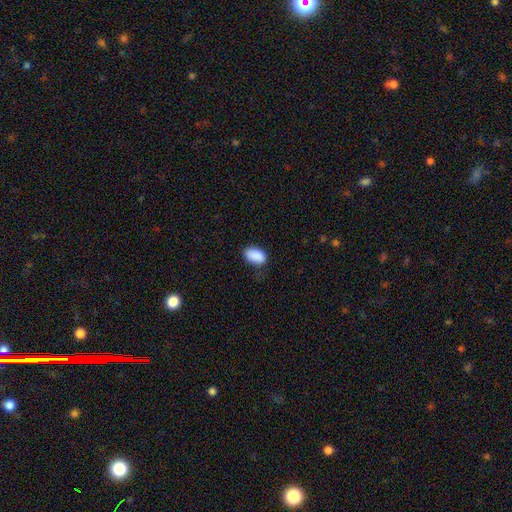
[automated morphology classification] Smooth or featured? Predicted: smooth (p=0.90). How rounded? Predicted: in between (p=0.94). Merging? Predicted: none (p=0.77).